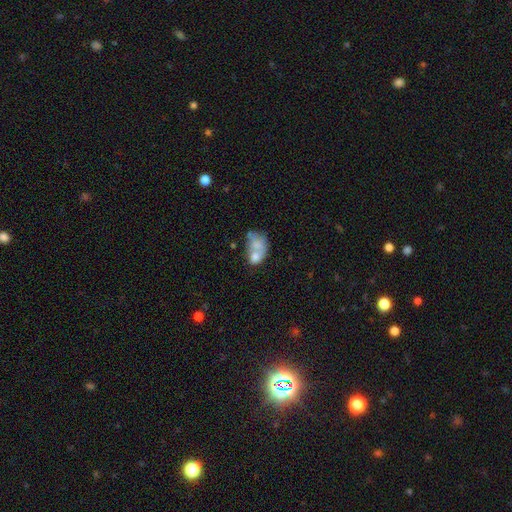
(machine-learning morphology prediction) The model was most divided on "smooth or featured": smooth: 58%, featured or disk: 32%, star or artifact: 11%. Remaining: how rounded — in between (75%); merging — merger (50%).